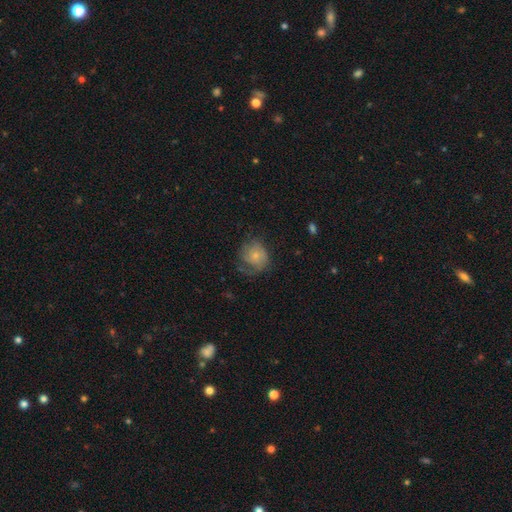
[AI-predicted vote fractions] Smooth or featured?
  - smooth: 53% *
  - featured or disk: 38%
  - star or artifact: 9%
How rounded?
  - round: 77% *
  - in between: 22%
  - cigar-shaped: 1%
Merging?
  - none: 47% *
  - minor disturbance: 27%
  - major disturbance: 24%
  - merger: 2%